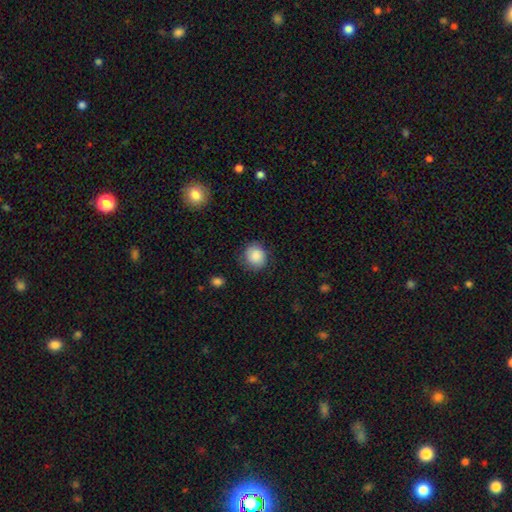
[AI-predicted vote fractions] The model was most divided on "merging": none: 81%, minor disturbance: 14%, major disturbance: 4%, merger: 1%. More confident: smooth or featured — smooth (86%); how rounded — round (85%).